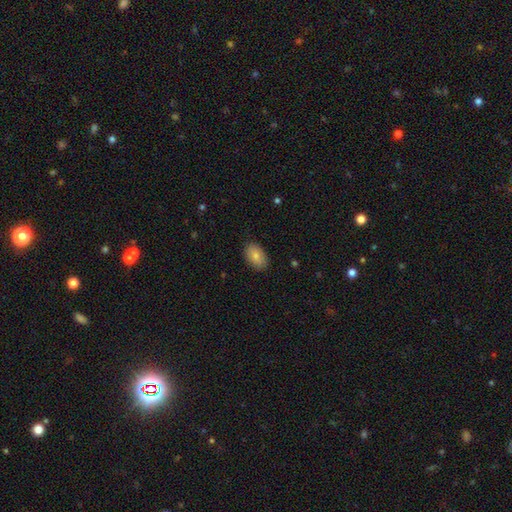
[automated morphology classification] Overall: smooth (82%). How rounded: in between (90%). Merging: none (87%).